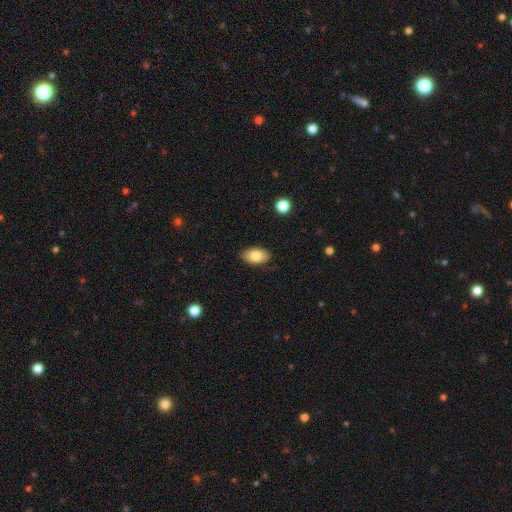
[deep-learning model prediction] Smooth or featured: smooth — 81% (featured or disk — 11%)
How rounded: in between — 92% (round — 6%)
Merging: none — 82% (minor disturbance — 14%)